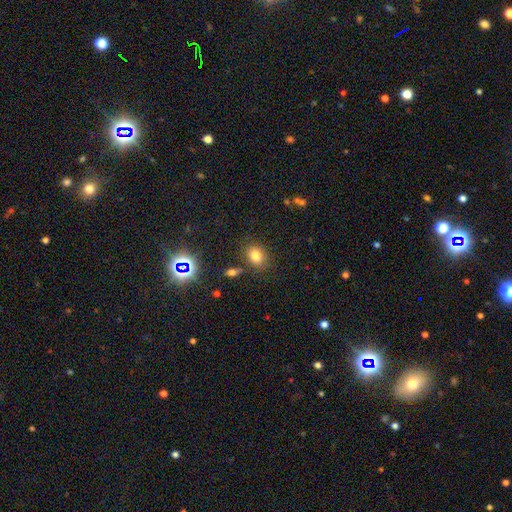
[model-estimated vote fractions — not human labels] smooth_or_featured: smooth (p=0.76) [alt: star or artifact p=0.16]
how_rounded: in between (p=0.59) [alt: round p=0.40]
merging: none (p=0.78) [alt: minor disturbance p=0.12]